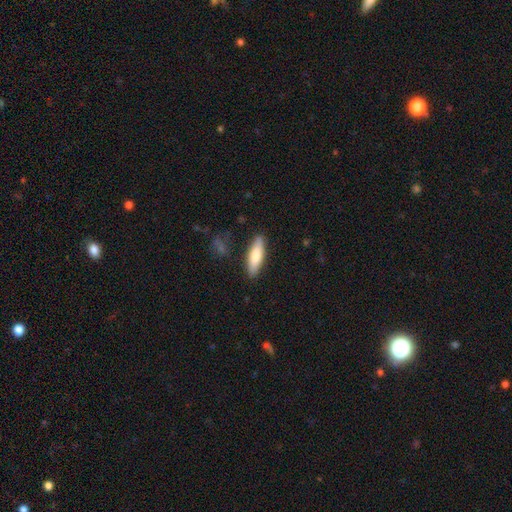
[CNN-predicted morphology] type=smooth (76%); roundness=cigar-shaped (58%); merging=none (86%).